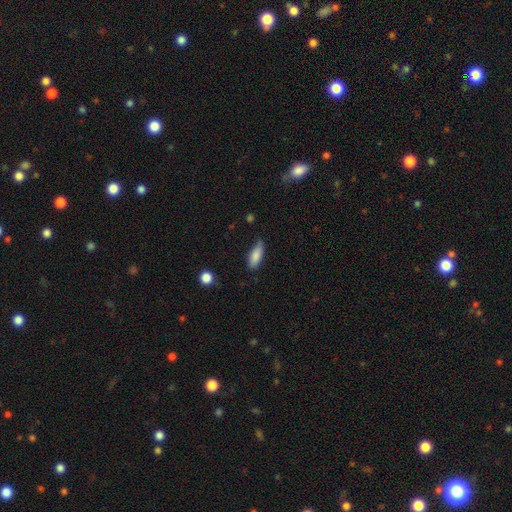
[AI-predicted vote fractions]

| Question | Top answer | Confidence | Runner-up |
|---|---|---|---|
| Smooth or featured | smooth | 85% | featured or disk (9%) |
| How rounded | in between | 70% | cigar-shaped (28%) |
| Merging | none | 70% | minor disturbance (24%) |